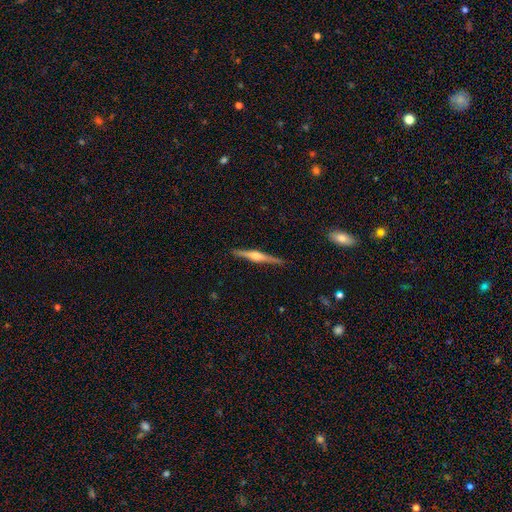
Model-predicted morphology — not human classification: smooth-or-featured: featured or disk: 78% | smooth: 17% | star or artifact: 6%
  disk-edge-on: yes: 98% | no: 2%
    edge-on-bulge: rounded: 84% | boxy: 11% | none: 5%
  merging: none: 91% | minor disturbance: 7% | major disturbance: 1% | merger: 1%